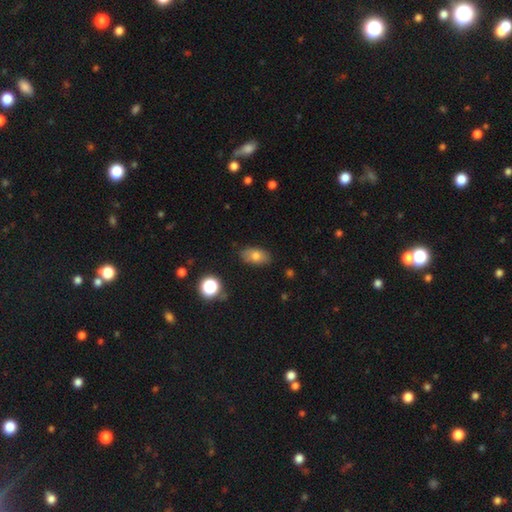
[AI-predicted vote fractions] Smooth or featured: smooth — 76% (featured or disk — 15%)
How rounded: in between — 89% (round — 8%)
Merging: none — 84% (minor disturbance — 12%)